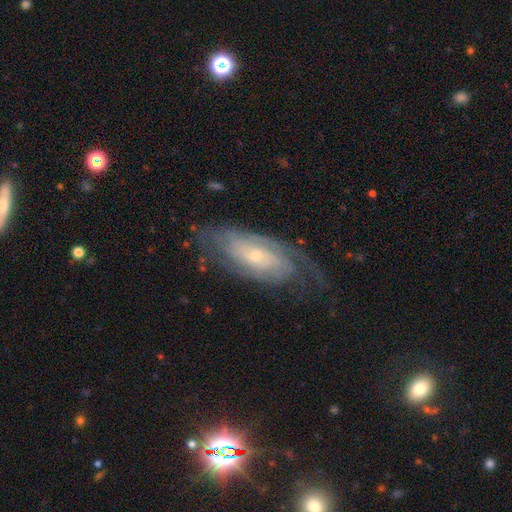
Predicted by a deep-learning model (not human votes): This is likely a featured or disk galaxy (80%). It is clearly not viewed edge-on (90%). Bar: likely no (69%). Spiral arm pattern: clearly yes (91%). Spiral arm count: marginally can't tell (44%). Spiral winding: possibly tight (57%). Central bulge: likely small (68%). Merging: likely none (63%).